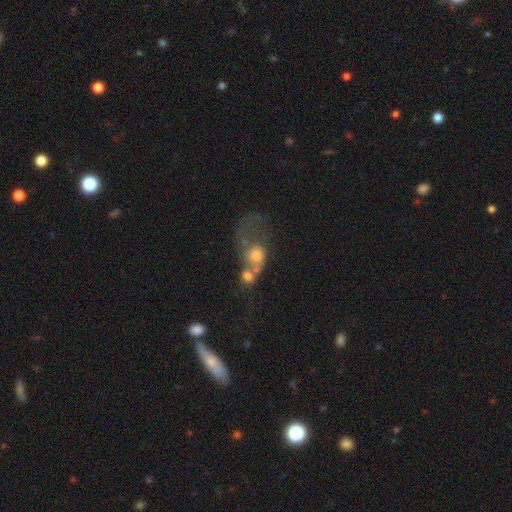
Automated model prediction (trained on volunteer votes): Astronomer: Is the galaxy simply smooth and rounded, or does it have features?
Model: smooth — 49% (runner-up: featured or disk, 38%).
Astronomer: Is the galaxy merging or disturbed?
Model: merger — 60%.